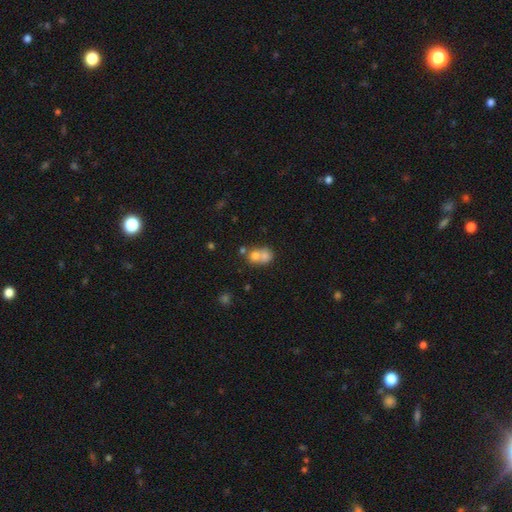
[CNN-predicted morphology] Smooth or featured?
  - smooth: 70% *
  - featured or disk: 18%
  - star or artifact: 12%
How rounded?
  - round: 65% *
  - in between: 34%
  - cigar-shaped: 1%
Merging?
  - merger: 66% *
  - none: 24%
  - minor disturbance: 6%
  - major disturbance: 4%